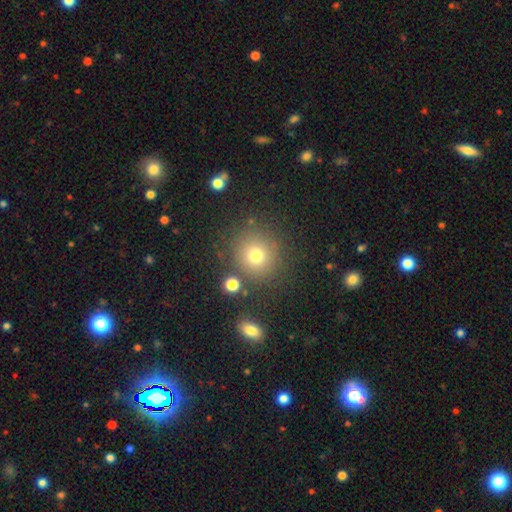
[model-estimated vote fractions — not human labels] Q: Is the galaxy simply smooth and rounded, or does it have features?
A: smooth — 74%.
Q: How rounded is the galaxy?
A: round — 91%.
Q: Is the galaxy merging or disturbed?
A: none — 82%.